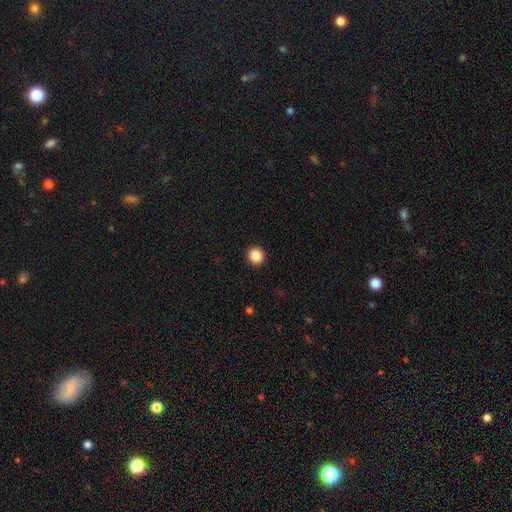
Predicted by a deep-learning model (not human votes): Smooth or featured: smooth — 87% (star or artifact — 10%)
How rounded: round — 92% (in between — 7%)
Merging: none — 93% (minor disturbance — 4%)